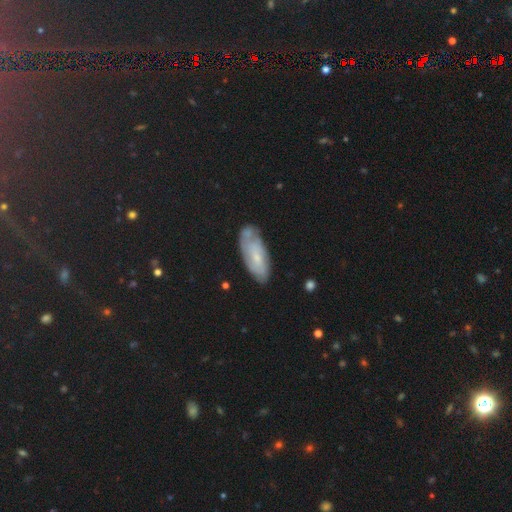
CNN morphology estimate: A featured or disk galaxy (46%). Merging: none (65%).